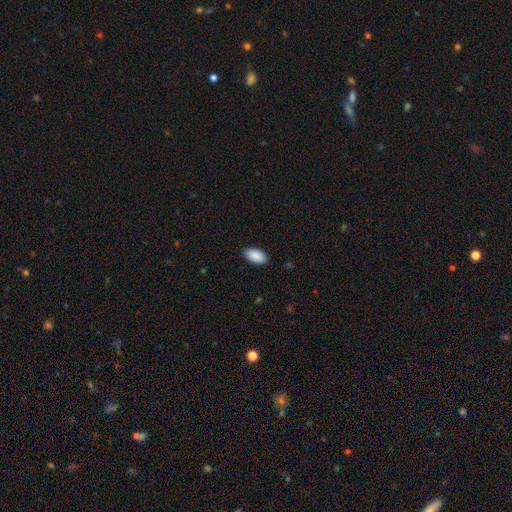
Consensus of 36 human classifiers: smooth_or_featured: smooth (p=0.97) [alt: star or artifact p=0.03]
how_rounded: in between (p=1.00)
merging: none (p=0.86) [alt: minor disturbance p=0.14]